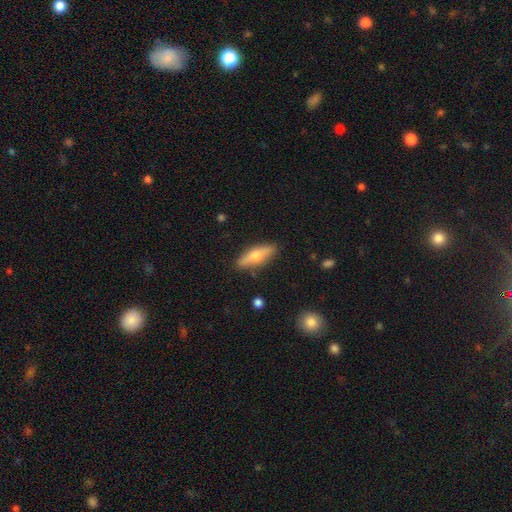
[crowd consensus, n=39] This is likely a featured or disk galaxy (64%). It is clearly viewed edge-on (88%). Edge-on bulge: clearly rounded (100%). Merging: clearly none (87%).